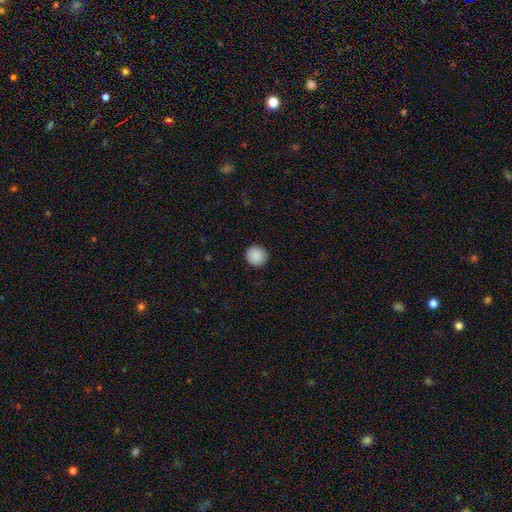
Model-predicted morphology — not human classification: This appears to be a smooth galaxy with no disk features (90%) that is round (95%). Merging: none (93%).